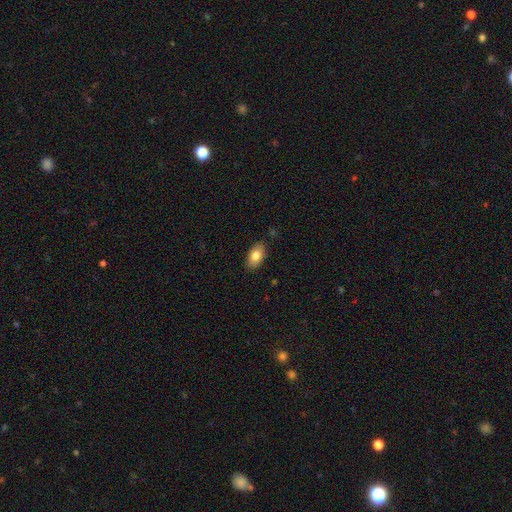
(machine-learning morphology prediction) Overall: smooth (81%). How rounded: in between (92%). Merging: none (85%).